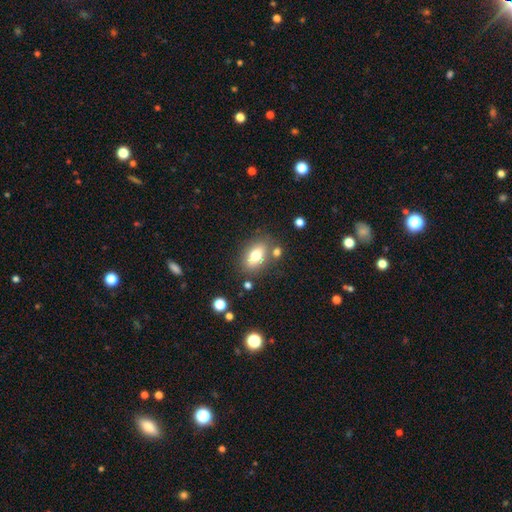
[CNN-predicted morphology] Overall: smooth (73%). How rounded: in between (83%). Merging: none (75%).